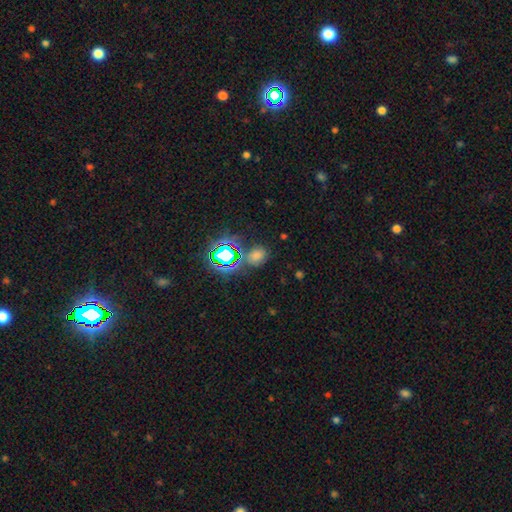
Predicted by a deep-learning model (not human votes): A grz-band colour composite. It shows a smooth galaxy with no disk features (55%) that is in between round and cigar-shaped (53%). Merging: none (71%).